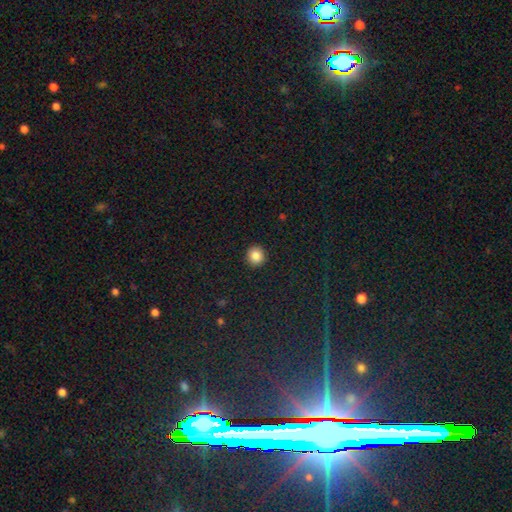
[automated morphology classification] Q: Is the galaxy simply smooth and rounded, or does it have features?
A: smooth — 86%.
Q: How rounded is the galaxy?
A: round — 92%.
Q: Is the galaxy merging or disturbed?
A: none — 93%.